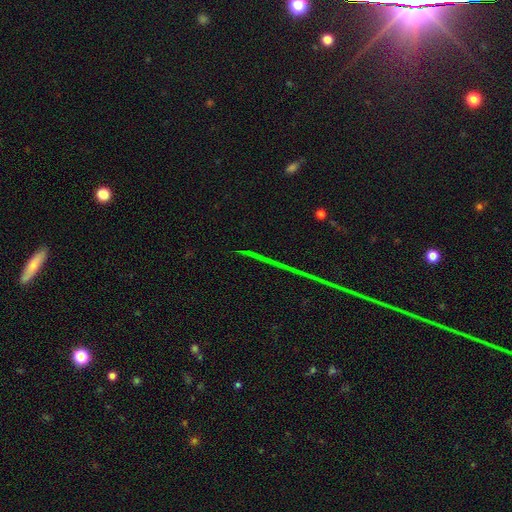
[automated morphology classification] star or artifact 81%, featured or disk 11%, smooth 8%.